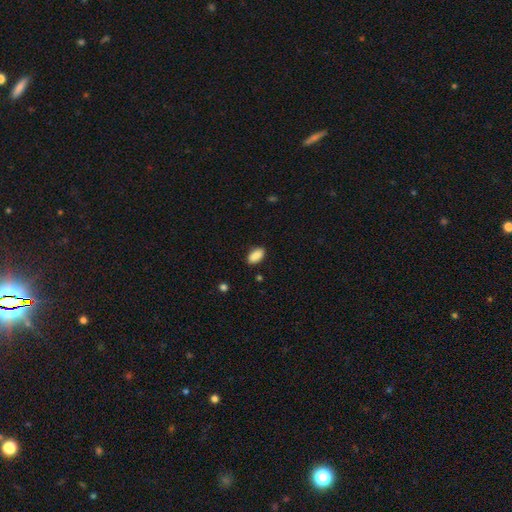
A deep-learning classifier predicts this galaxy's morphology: type=smooth (90%); roundness=in between (92%); merging=none (87%).